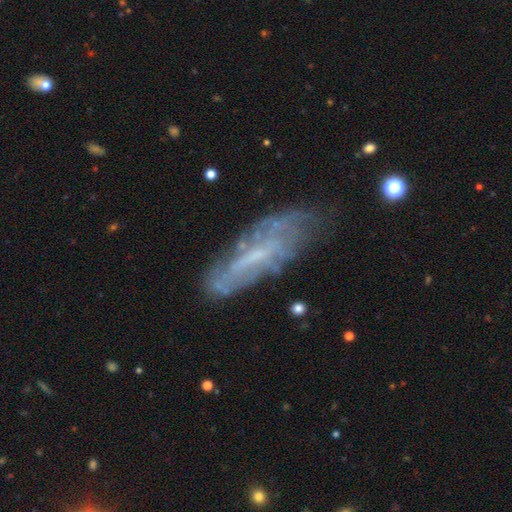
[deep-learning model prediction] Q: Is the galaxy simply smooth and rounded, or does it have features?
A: featured or disk — 67%.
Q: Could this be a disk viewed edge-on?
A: no — 73%.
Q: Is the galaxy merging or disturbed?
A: none — 62%.